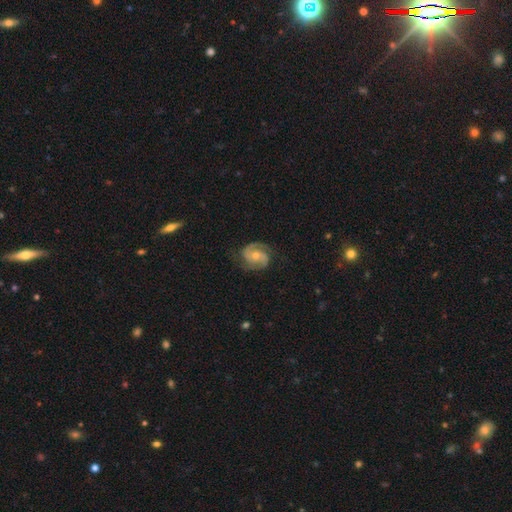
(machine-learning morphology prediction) smooth_or_featured: featured or disk (p=0.86) [alt: smooth p=0.10]
disk_edge_on: no (p=0.98) [alt: yes p=0.02]
bar: no (p=0.54) [alt: weak p=0.35]
has_spiral_arms: yes (p=0.97) [alt: no p=0.03]
spiral_winding: medium (p=0.50) [alt: tight p=0.34]
spiral_arm_count: 2 (p=0.88) [alt: can't tell p=0.04]
bulge_size: moderate (p=0.56) [alt: small p=0.40]
merging: none (p=0.76) [alt: minor disturbance p=0.17]